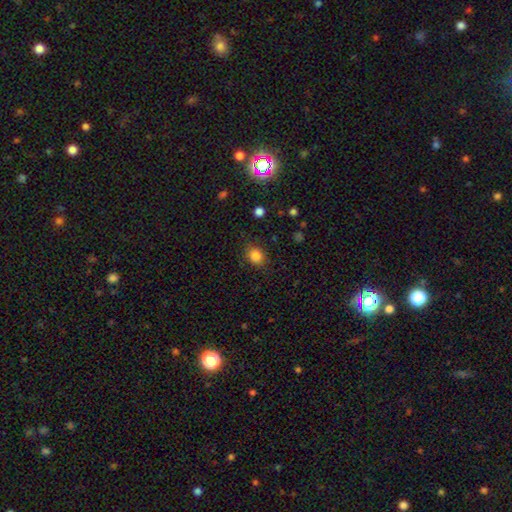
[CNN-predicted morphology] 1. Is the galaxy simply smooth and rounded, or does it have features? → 84% smooth, 11% star or artifact, 5% featured or disk.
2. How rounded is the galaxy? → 66% round, 33% in between, 1% cigar-shaped.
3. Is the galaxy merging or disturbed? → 83% none, 12% minor disturbance, 4% major disturbance, 1% merger.